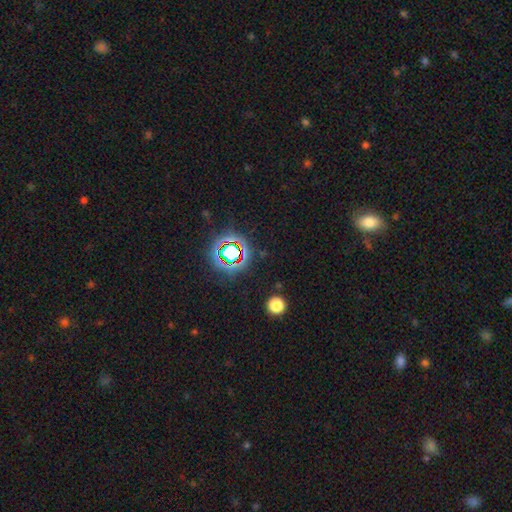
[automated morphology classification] Smooth or featured?
  - star or artifact: 74% *
  - smooth: 16%
  - featured or disk: 10%